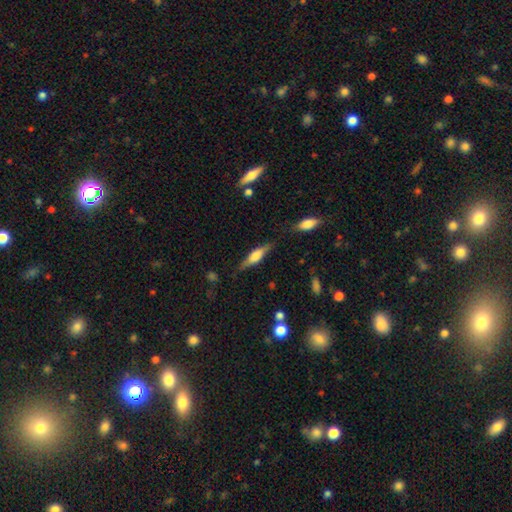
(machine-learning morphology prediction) featured or disk 49%, smooth 45%, star or artifact 7%. Down the decision tree: merging — none (79%).